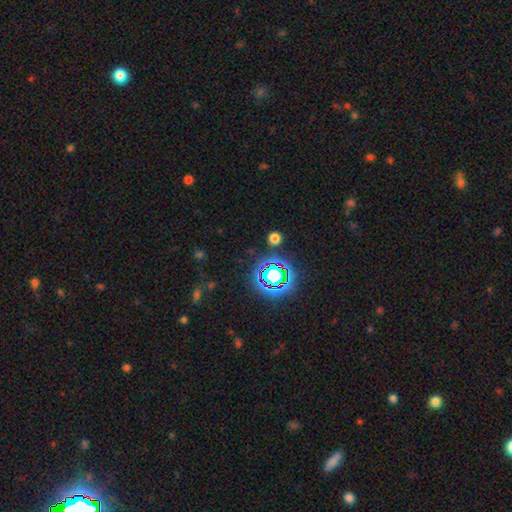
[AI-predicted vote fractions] Q: Smooth or featured?
A: star or artifact (75%); runner-up: smooth (16%)